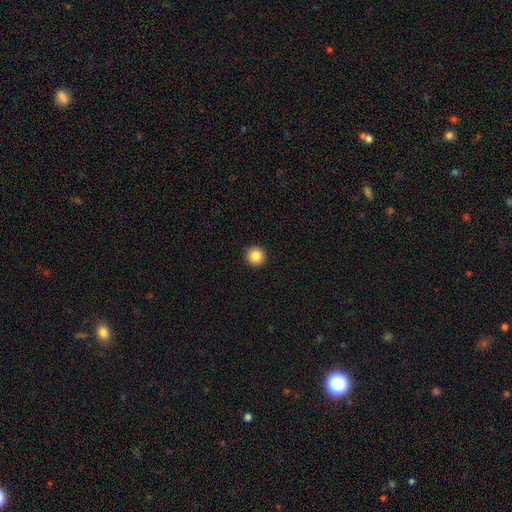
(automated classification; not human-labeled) A smooth galaxy with no disk features (85%) that is round (96%). Merging: none (94%).